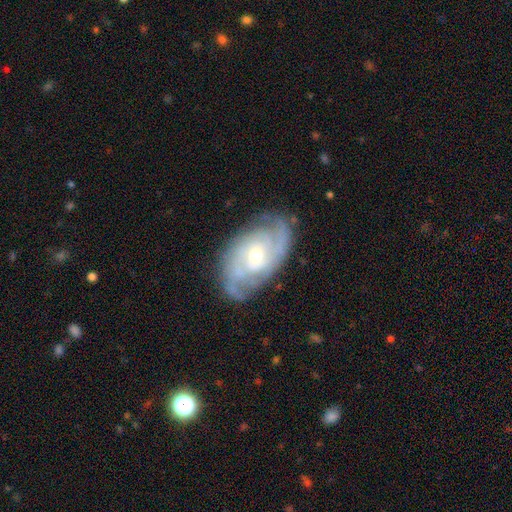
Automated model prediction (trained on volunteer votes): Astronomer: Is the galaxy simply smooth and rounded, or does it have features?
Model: featured or disk — 86%.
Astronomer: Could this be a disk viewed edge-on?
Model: no — 95%.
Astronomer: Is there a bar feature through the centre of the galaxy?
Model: no — 67%.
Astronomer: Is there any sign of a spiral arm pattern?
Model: yes — 95%.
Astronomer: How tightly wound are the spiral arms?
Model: tight — 58% (runner-up: medium, 34%).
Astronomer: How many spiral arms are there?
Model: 2 — 49%.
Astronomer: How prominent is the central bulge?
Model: small — 51% (runner-up: moderate, 45%).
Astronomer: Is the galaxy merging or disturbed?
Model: none — 78%.